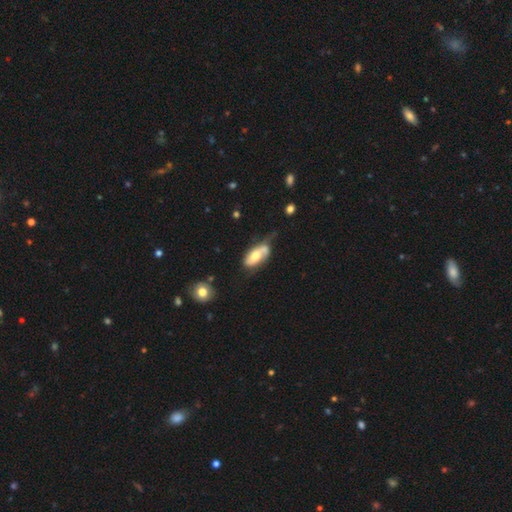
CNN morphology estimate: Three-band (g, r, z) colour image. It shows a featured or disk galaxy (50%). Merging: none (37%).